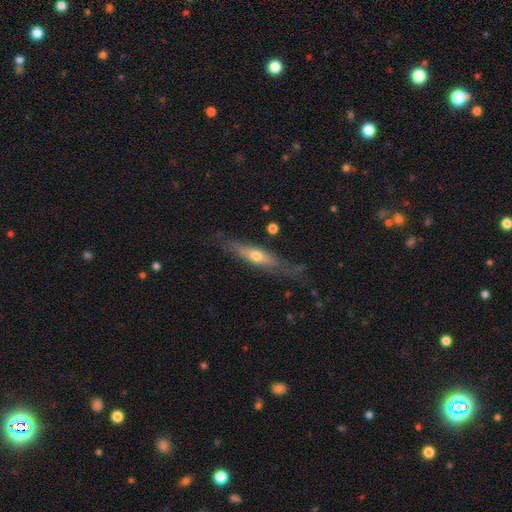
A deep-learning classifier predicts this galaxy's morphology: This is possibly a featured or disk galaxy (53%). It is likely viewed edge-on (79%). Merging: likely none (68%).